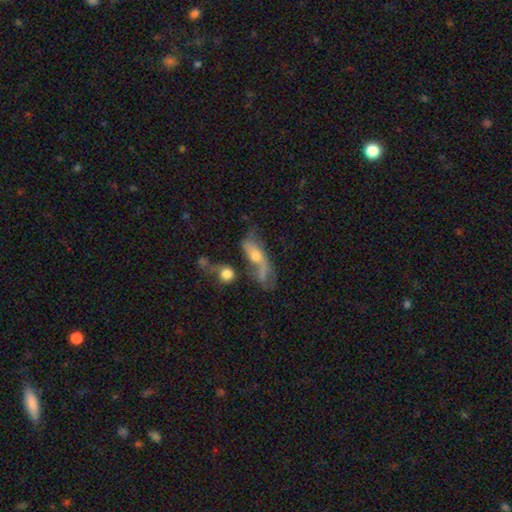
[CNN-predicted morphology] A featured or disk galaxy (63%). Merging: none (40%).